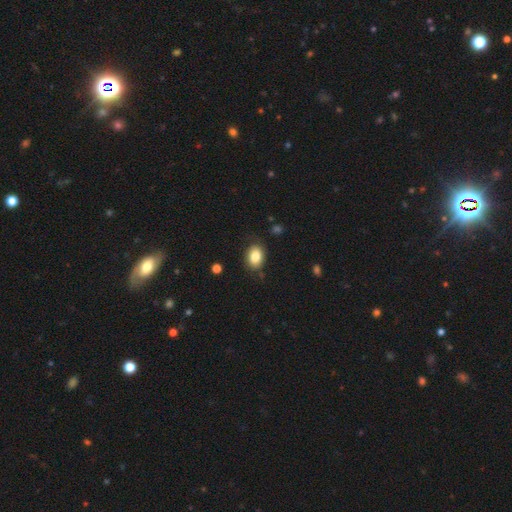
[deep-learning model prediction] smooth_or_featured: smooth (p=0.84) [alt: star or artifact p=0.08]
how_rounded: in between (p=0.74) [alt: round p=0.25]
merging: none (p=0.80) [alt: minor disturbance p=0.15]